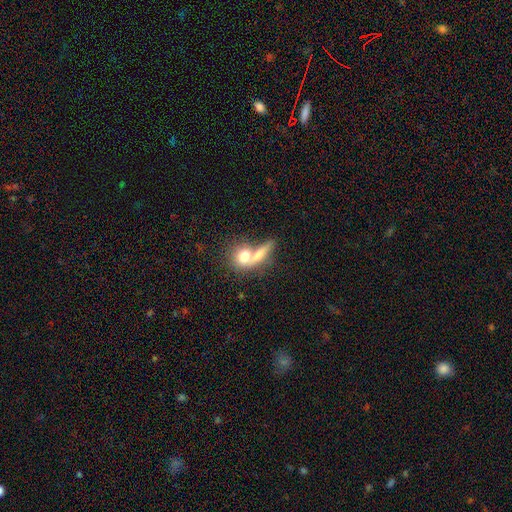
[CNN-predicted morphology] Smooth or featured?
  - smooth: 68% *
  - featured or disk: 23%
  - star or artifact: 9%
How rounded?
  - round: 43% *
  - in between: 39%
  - cigar-shaped: 18%
Merging?
  - merger: 57% *
  - none: 27%
  - minor disturbance: 8%
  - major disturbance: 8%